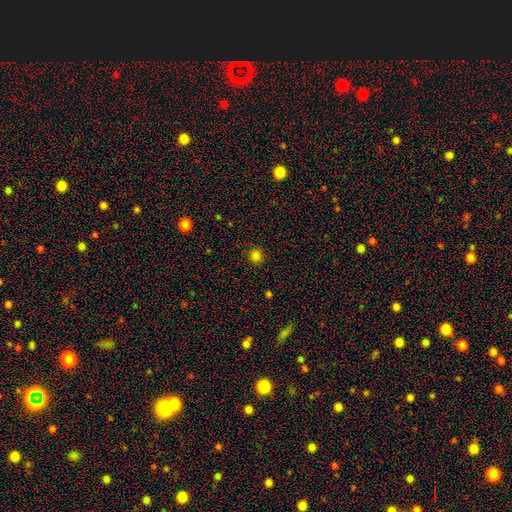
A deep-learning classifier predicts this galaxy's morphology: Smooth or featured?
  - smooth: 81% *
  - star or artifact: 16%
  - featured or disk: 4%
How rounded?
  - round: 88% *
  - in between: 11%
  - cigar-shaped: 1%
Merging?
  - none: 89% *
  - minor disturbance: 8%
  - major disturbance: 2%
  - merger: 1%